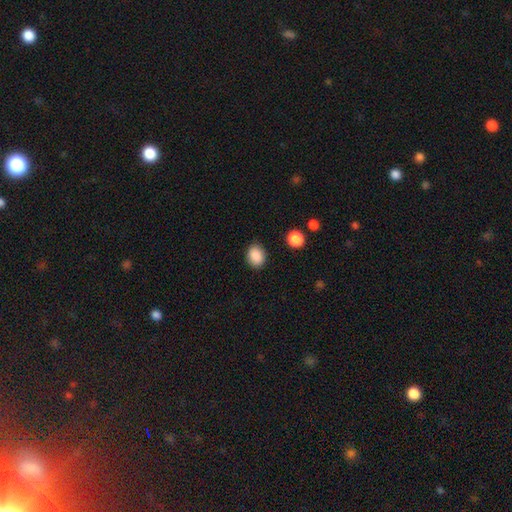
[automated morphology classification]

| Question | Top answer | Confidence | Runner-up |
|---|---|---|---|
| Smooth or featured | smooth | 89% | star or artifact (9%) |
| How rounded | in between | 52% | round (48%) |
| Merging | none | 87% | minor disturbance (9%) |